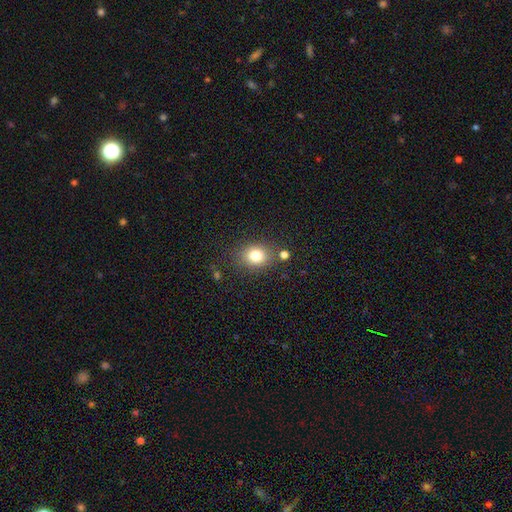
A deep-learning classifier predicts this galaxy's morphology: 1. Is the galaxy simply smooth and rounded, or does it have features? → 81% smooth, 11% star or artifact, 8% featured or disk.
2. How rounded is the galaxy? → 60% round, 39% in between, 1% cigar-shaped.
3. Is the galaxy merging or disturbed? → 78% none, 12% minor disturbance, 6% merger, 4% major disturbance.